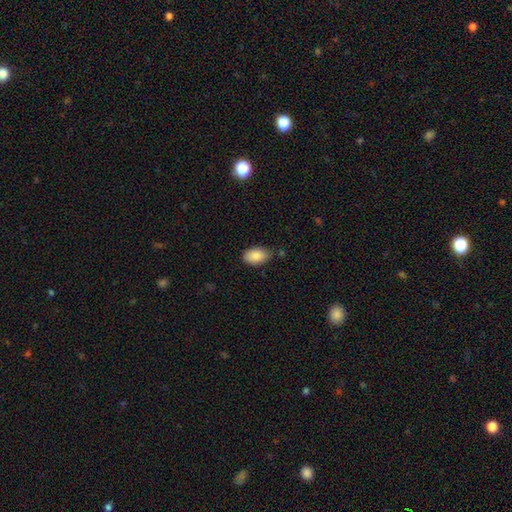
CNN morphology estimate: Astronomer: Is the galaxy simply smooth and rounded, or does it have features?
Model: smooth — 87%.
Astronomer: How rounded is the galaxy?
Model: in between — 93%.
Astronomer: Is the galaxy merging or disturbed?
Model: none — 79%.